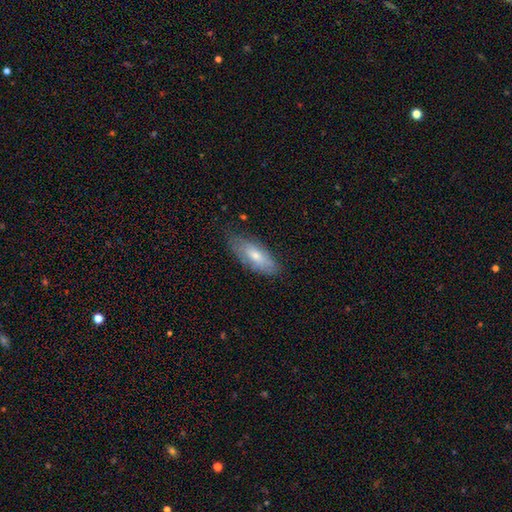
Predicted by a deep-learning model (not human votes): Overall: smooth (62%; featured or disk 32%). How rounded: in between (77%). Merging: none (70%).